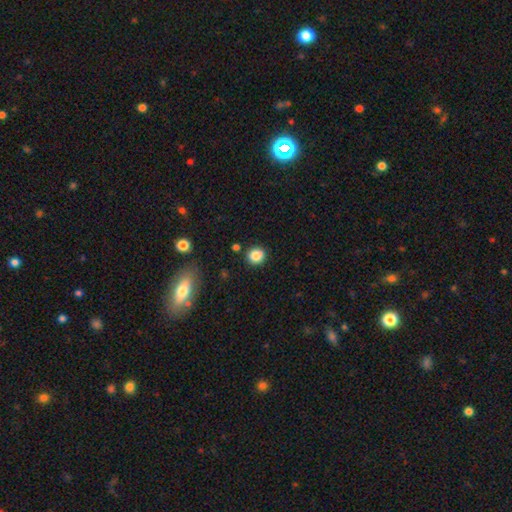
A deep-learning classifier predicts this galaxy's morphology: A smooth galaxy with no disk features (85%) that is round (83%).

Vote fractions:
- Smooth or featured? smooth: 85% / star or artifact: 10% / featured or disk: 4%
- How rounded? round: 83% / in between: 16% / cigar-shaped: 1%
- Merging? none: 85% / minor disturbance: 9% / merger: 3% / major disturbance: 3%